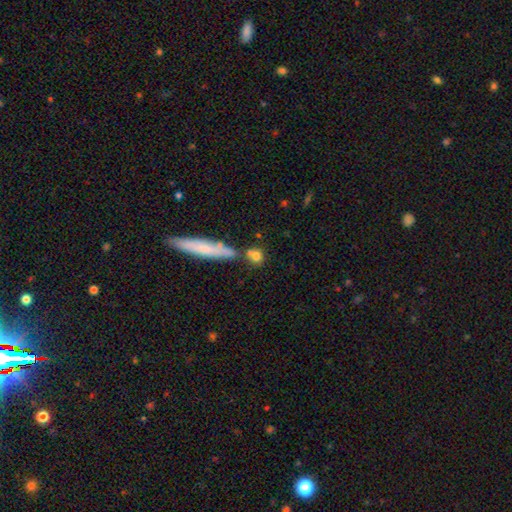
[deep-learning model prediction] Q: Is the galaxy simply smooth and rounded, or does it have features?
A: smooth — 76%.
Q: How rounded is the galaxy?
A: round — 63%.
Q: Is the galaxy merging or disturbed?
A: none — 62%.